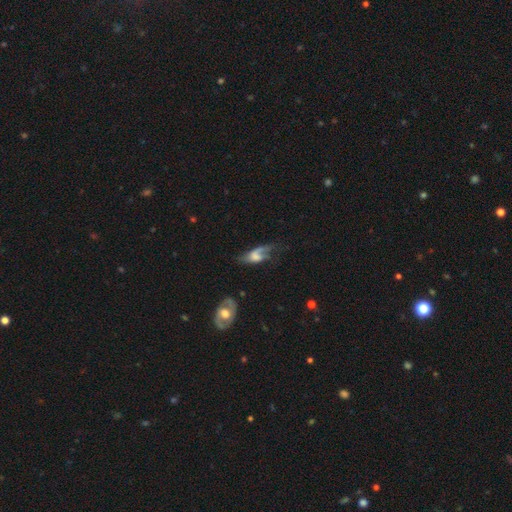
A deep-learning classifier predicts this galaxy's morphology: type=featured or disk (51%); edge-on=no (85%); merging=major disturbance (43%).